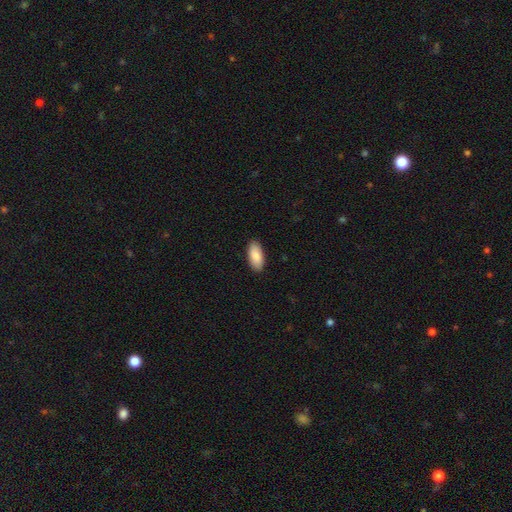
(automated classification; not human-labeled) smooth-or-featured: smooth: 89% | featured or disk: 6% | star or artifact: 5%
  how-rounded: in between: 88% | cigar-shaped: 10% | round: 2%
  merging: none: 89% | minor disturbance: 8% | major disturbance: 2% | merger: 1%